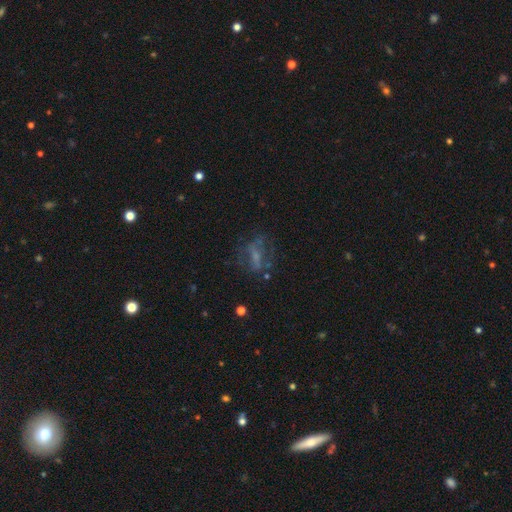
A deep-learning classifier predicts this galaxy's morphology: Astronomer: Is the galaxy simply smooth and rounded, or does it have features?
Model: featured or disk — 50% (runner-up: smooth, 34%).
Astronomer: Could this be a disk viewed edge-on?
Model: no — 91%.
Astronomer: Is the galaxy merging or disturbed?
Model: none — 51% (runner-up: major disturbance, 26%).